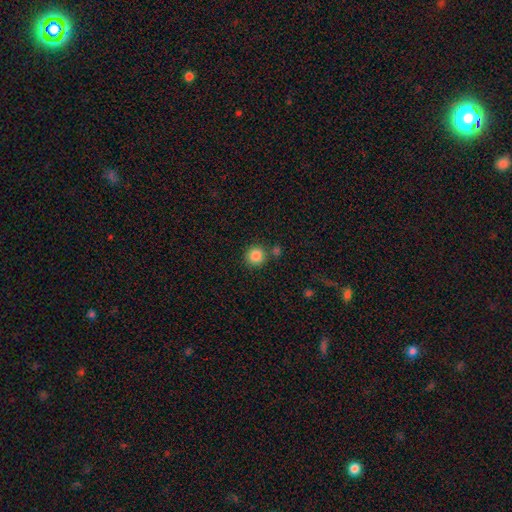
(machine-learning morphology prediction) Smooth or featured?
  - smooth: 86% *
  - star or artifact: 10%
  - featured or disk: 4%
How rounded?
  - round: 93% *
  - in between: 7%
  - cigar-shaped: 1%
Merging?
  - none: 79% *
  - merger: 10%
  - minor disturbance: 8%
  - major disturbance: 3%